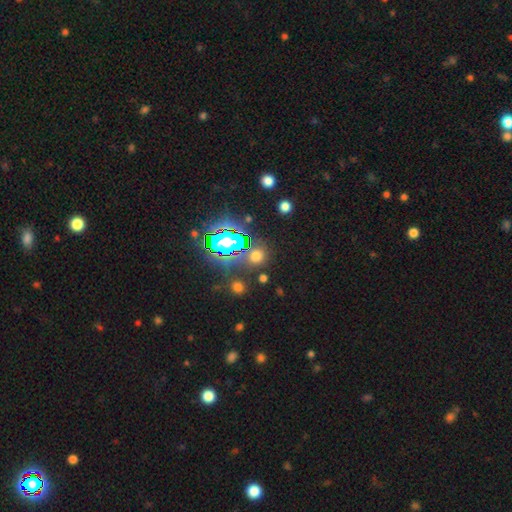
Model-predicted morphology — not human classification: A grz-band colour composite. It shows a smooth galaxy with no disk features (51%) that is round (83%). Merging: none (79%).